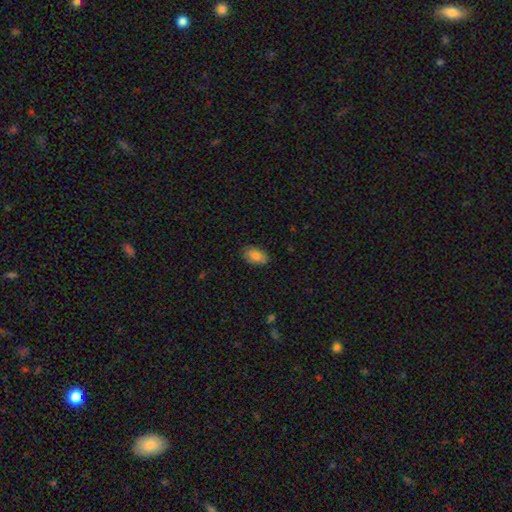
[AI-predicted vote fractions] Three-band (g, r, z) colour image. It shows a smooth galaxy with no disk features (84%) that is in between round and cigar-shaped (92%). Merging: none (86%).